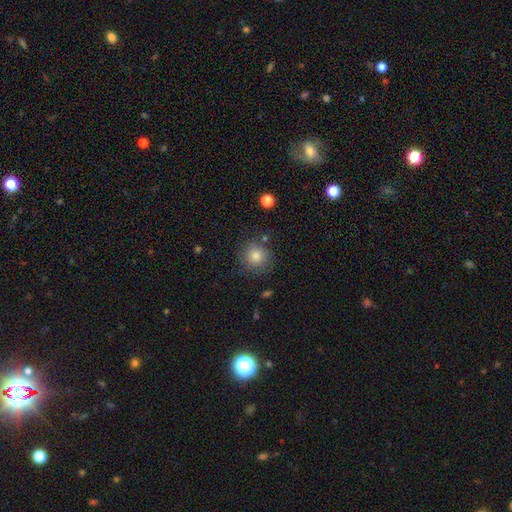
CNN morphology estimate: Smooth or featured: smooth — 81% (star or artifact — 11%)
How rounded: round — 91% (in between — 8%)
Merging: none — 79% (minor disturbance — 13%)